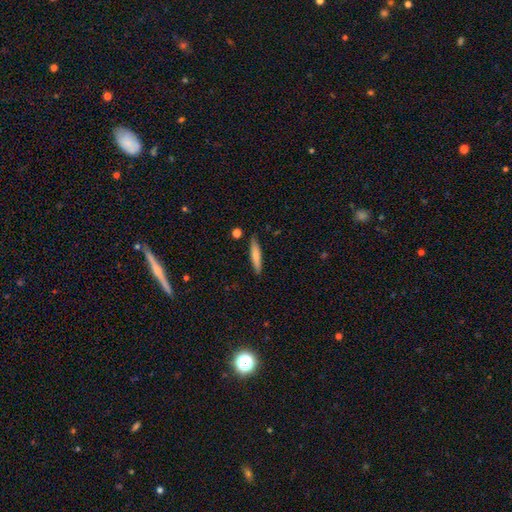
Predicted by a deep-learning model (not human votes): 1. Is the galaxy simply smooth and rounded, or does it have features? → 70% smooth, 24% featured or disk, 6% star or artifact.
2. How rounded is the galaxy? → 89% cigar-shaped, 9% in between, 2% round.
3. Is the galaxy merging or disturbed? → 85% none, 11% minor disturbance, 2% merger, 2% major disturbance.